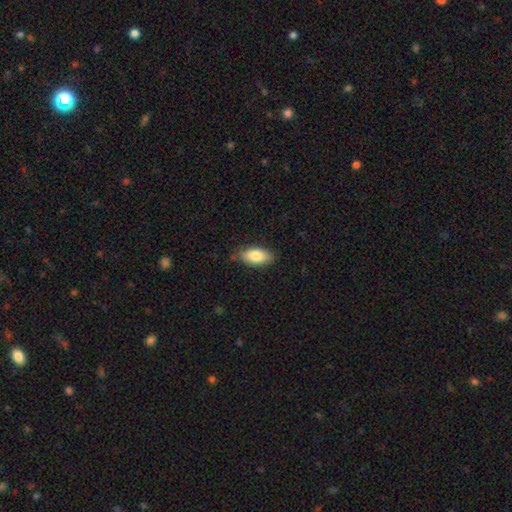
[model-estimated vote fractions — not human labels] smooth-or-featured: smooth: 81% | featured or disk: 12% | star or artifact: 7%
  how-rounded: in between: 91% | cigar-shaped: 6% | round: 3%
  merging: none: 77% | minor disturbance: 19% | major disturbance: 3% | merger: 1%